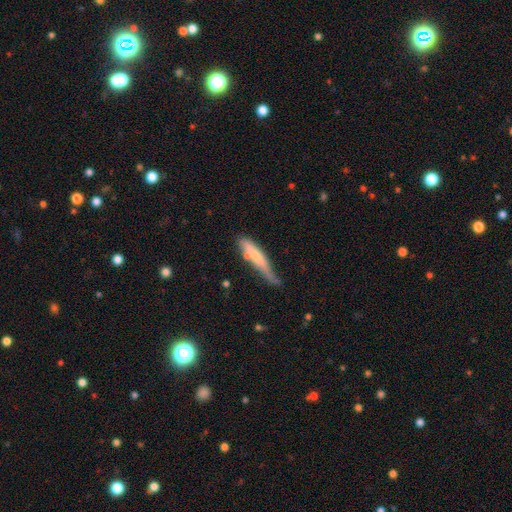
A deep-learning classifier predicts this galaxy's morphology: smooth 61%, featured or disk 33%, star or artifact 6%. Down the decision tree: how rounded — cigar-shaped (85%); merging — none (38%).